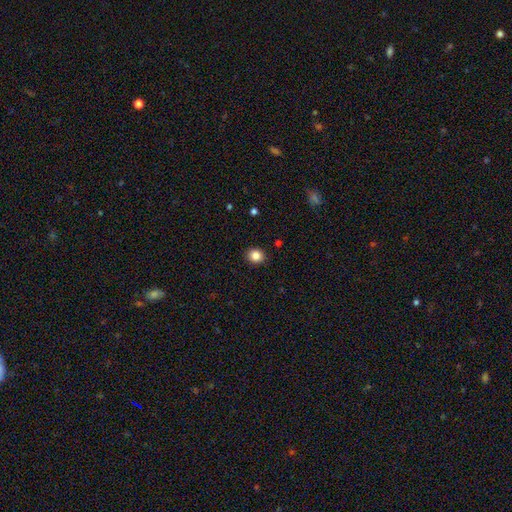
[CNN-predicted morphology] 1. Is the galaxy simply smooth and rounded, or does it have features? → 85% smooth, 10% star or artifact, 5% featured or disk.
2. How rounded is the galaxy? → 74% round, 25% in between, 1% cigar-shaped.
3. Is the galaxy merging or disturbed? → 91% none, 6% minor disturbance, 2% major disturbance, 1% merger.